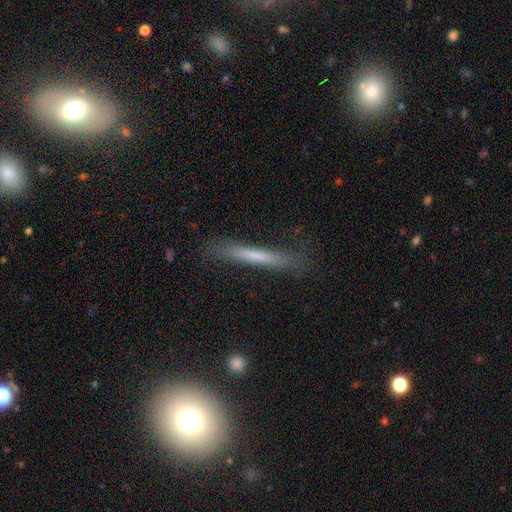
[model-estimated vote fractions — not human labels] Smooth or featured?
  - smooth: 61% *
  - featured or disk: 32%
  - star or artifact: 8%
How rounded?
  - cigar-shaped: 95% *
  - in between: 4%
  - round: 1%
Merging?
  - none: 78% *
  - minor disturbance: 15%
  - major disturbance: 5%
  - merger: 2%